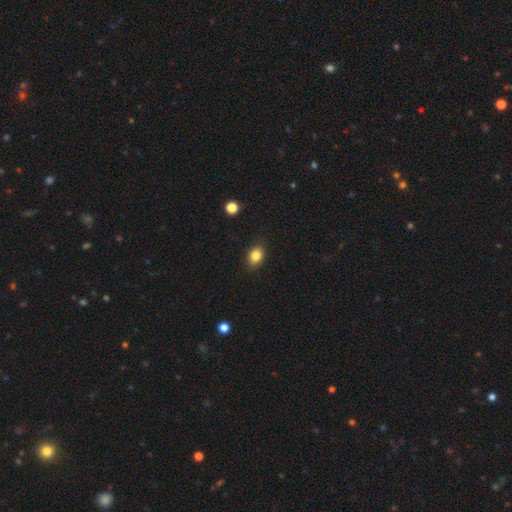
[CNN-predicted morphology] Overall: smooth (83%). How rounded: in between (68%; round 30%). Merging: none (86%).